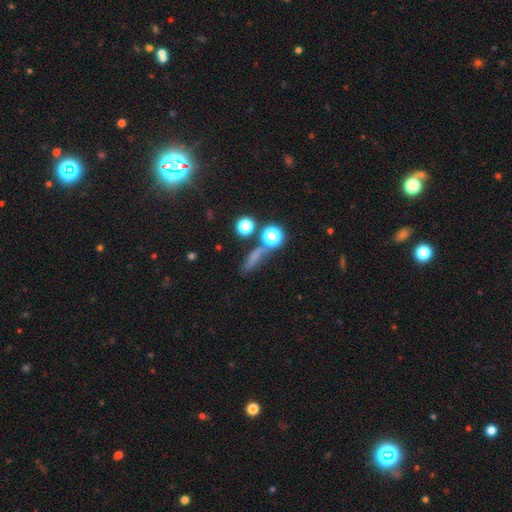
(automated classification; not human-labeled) This is possibly a smooth galaxy (57%). How rounded: possibly cigar-shaped (51%). Merging: likely none (63%).